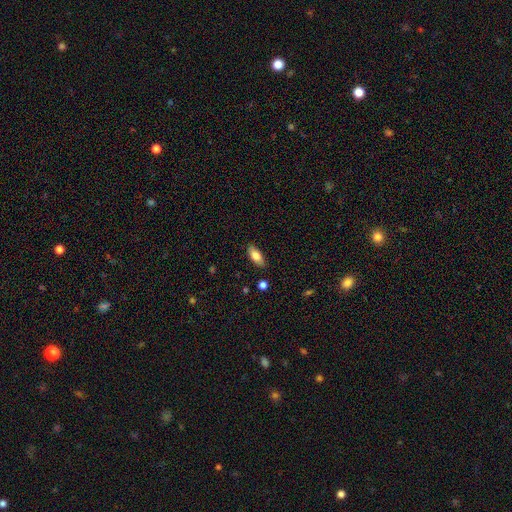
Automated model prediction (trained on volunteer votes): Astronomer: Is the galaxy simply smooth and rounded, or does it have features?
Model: smooth — 78%.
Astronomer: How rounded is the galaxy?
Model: in between — 82%.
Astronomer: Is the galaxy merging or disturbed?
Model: none — 85%.